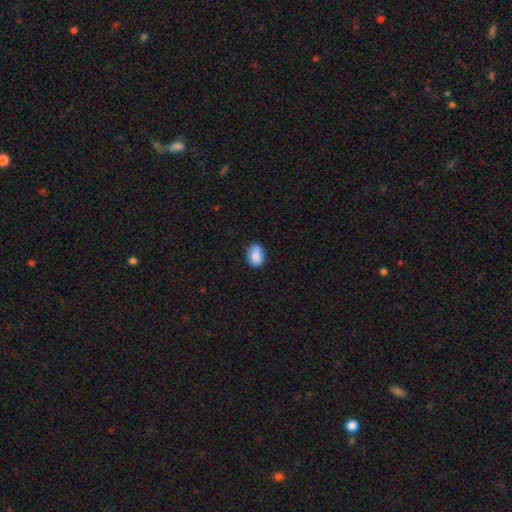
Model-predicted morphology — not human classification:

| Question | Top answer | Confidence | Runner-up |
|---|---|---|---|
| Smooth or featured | smooth | 88% | star or artifact (8%) |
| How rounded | in between | 80% | round (19%) |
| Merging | none | 77% | minor disturbance (19%) |